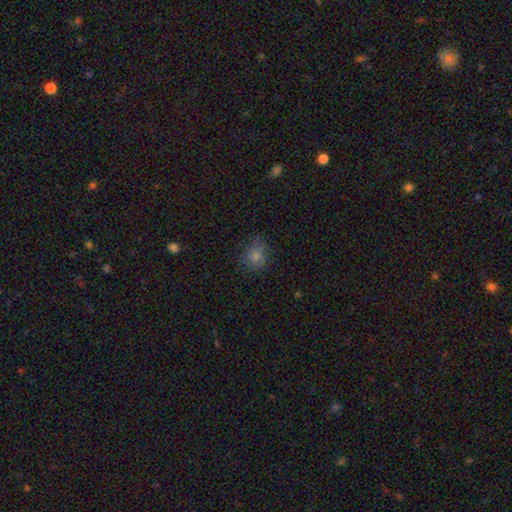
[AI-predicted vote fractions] This is likely a smooth galaxy (74%). How rounded: likely round (67%). Merging: likely none (72%).